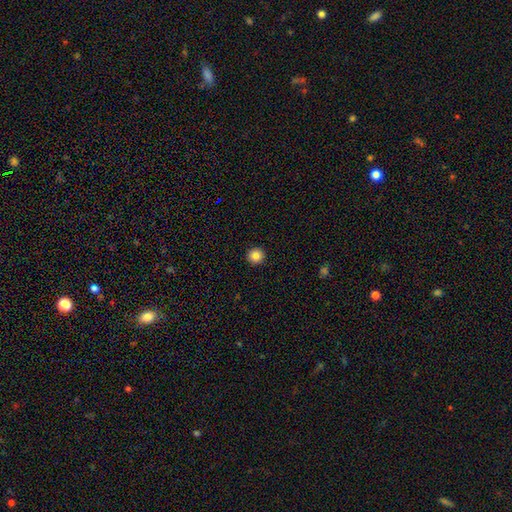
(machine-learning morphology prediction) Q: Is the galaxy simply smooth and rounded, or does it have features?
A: smooth — 85%.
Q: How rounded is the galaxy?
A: round — 95%.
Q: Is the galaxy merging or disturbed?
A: none — 94%.